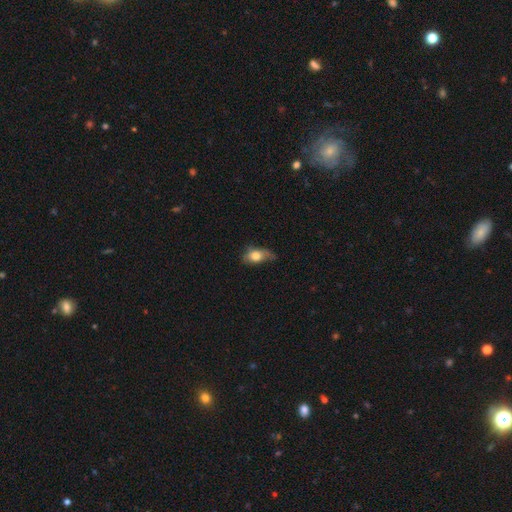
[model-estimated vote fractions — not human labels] Morphology: type=smooth (69%); roundness=in between (81%); merging=minor disturbance (41%).